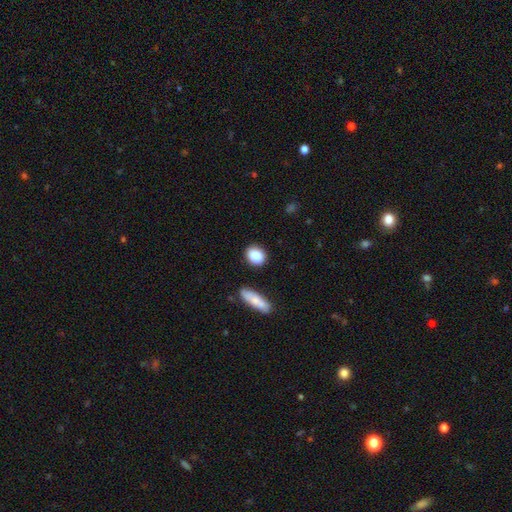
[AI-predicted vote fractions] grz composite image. It shows a smooth galaxy with no disk features (87%) that is round (51%). Merging: none (83%).